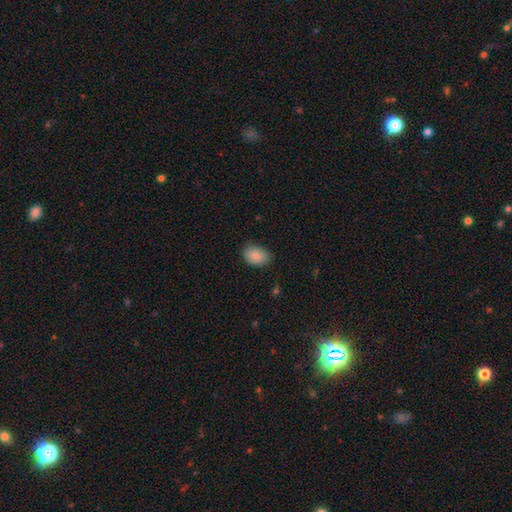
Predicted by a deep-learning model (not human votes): smooth-or-featured: smooth: 83% | featured or disk: 9% | star or artifact: 8%
  how-rounded: in between: 77% | round: 22% | cigar-shaped: 1%
  merging: none: 81% | minor disturbance: 16% | major disturbance: 3% | merger: 1%